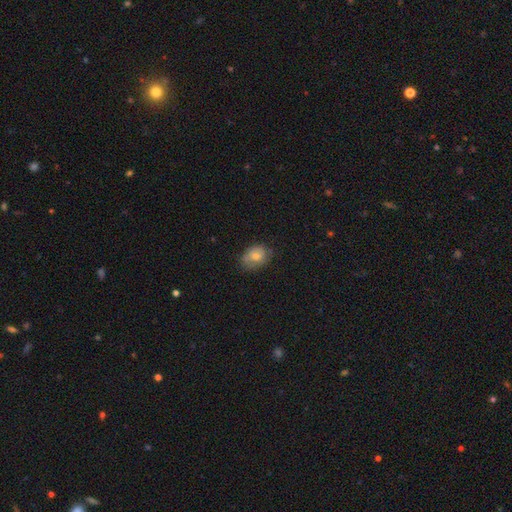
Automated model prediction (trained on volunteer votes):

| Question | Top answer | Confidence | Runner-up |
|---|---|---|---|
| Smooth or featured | smooth | 64% | featured or disk (27%) |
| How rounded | in between | 69% | round (30%) |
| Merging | none | 70% | minor disturbance (24%) |